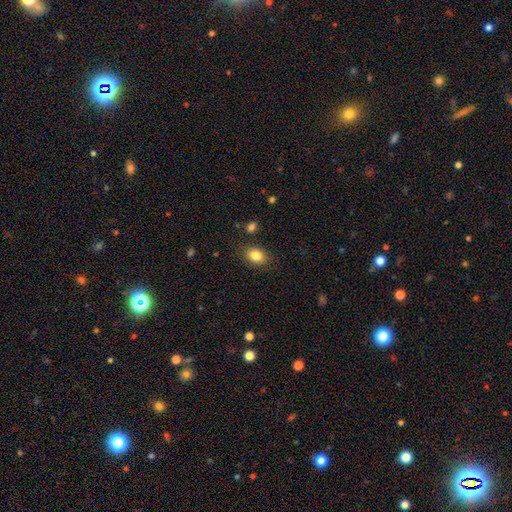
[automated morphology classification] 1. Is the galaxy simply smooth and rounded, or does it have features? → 84% smooth, 9% star or artifact, 7% featured or disk.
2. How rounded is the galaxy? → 77% in between, 22% round, 1% cigar-shaped.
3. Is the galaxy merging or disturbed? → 84% none, 11% minor disturbance, 3% major disturbance, 2% merger.